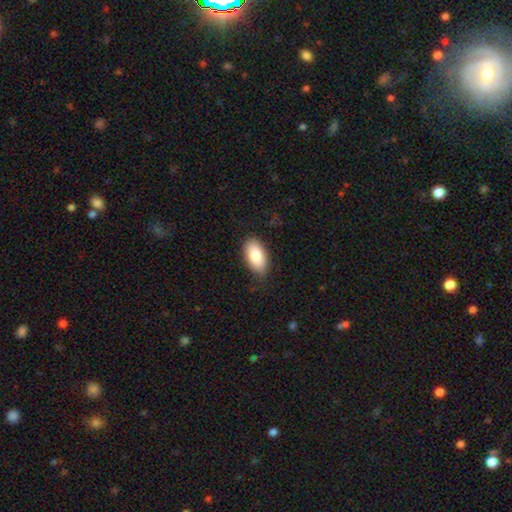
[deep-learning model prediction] smooth-or-featured: smooth: 87% | featured or disk: 7% | star or artifact: 6%
  how-rounded: in between: 94% | cigar-shaped: 4% | round: 2%
  merging: none: 80% | minor disturbance: 16% | major disturbance: 3% | merger: 1%